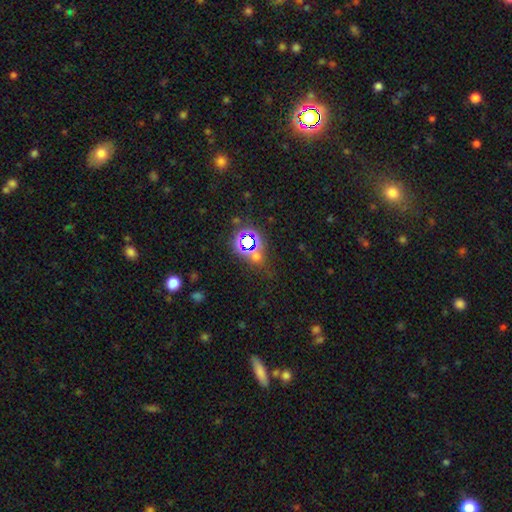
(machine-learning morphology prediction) The model was most divided on "smooth or featured": star or artifact: 64%, smooth: 26%, featured or disk: 10%.